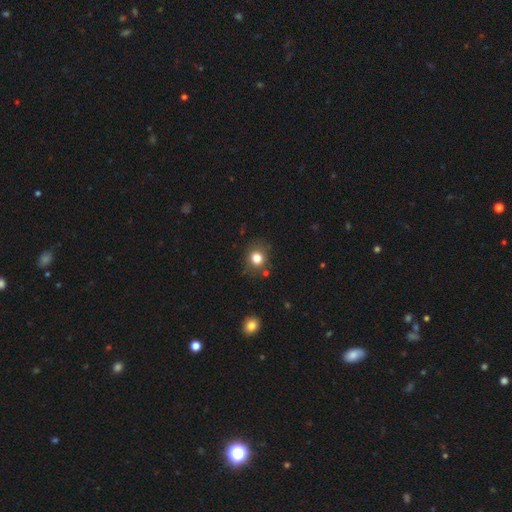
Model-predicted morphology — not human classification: Smooth or featured? smooth (77%)
How rounded? round (83%)
Merging? none (82%)